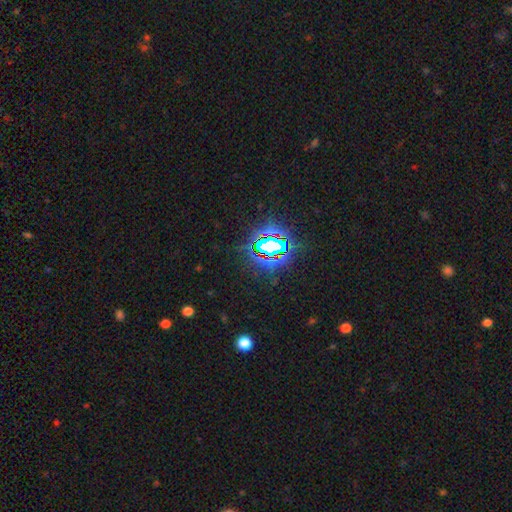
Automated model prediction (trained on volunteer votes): Overall: star or artifact (82%).